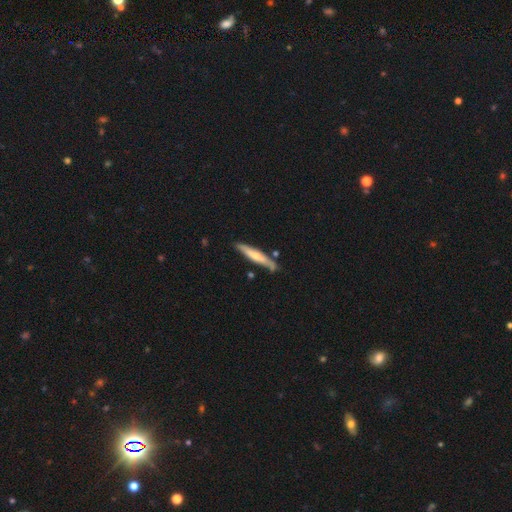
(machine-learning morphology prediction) Smooth or featured? Predicted: smooth (p=0.49). Merging? Predicted: none (p=0.75).